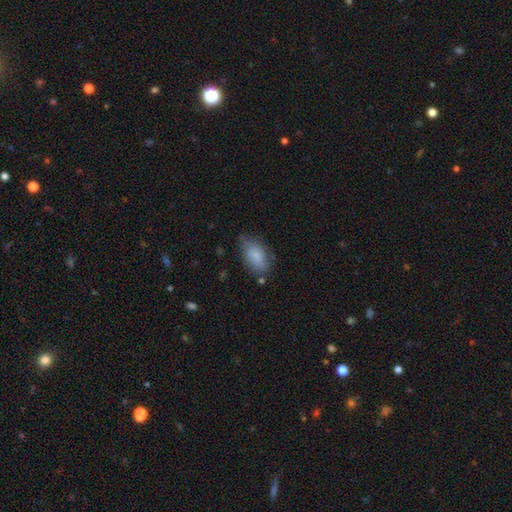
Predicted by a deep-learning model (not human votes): Morphology: type=smooth (85%); roundness=in between (91%); merging=none (72%).